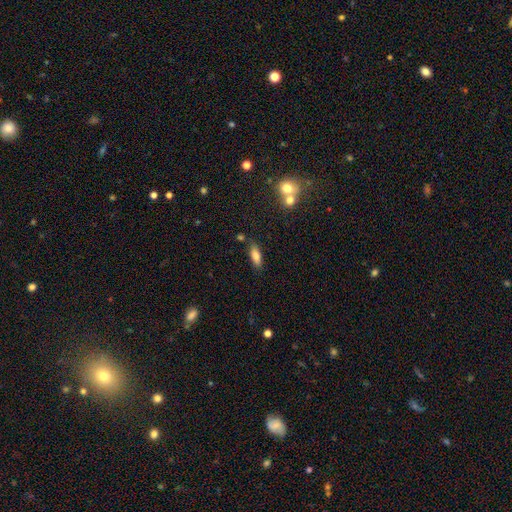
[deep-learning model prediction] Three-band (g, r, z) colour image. It shows a smooth galaxy with no disk features (80%) that is in between round and cigar-shaped (67%). Merging: none (75%).